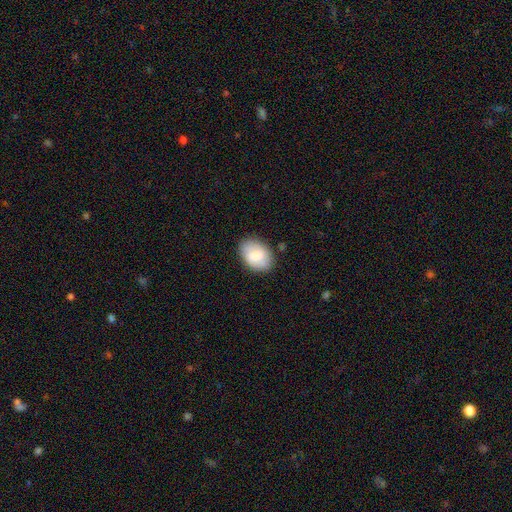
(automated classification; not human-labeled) Smooth or featured: smooth — 76% (featured or disk — 17%)
How rounded: in between — 85% (round — 14%)
Merging: none — 80% (minor disturbance — 15%)